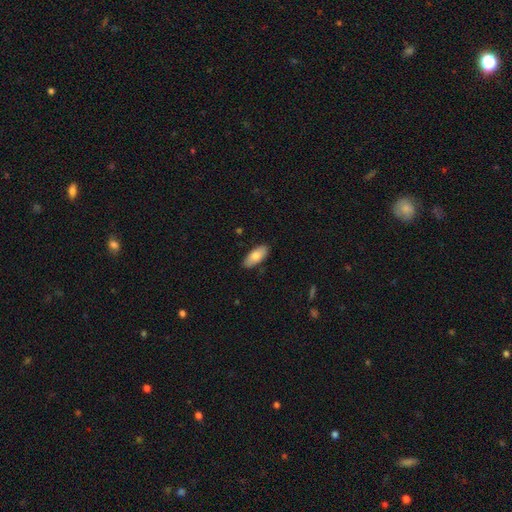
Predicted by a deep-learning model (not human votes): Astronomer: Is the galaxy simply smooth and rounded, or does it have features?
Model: smooth — 78%.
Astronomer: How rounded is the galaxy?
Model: in between — 88%.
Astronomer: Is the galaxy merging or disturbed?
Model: none — 87%.